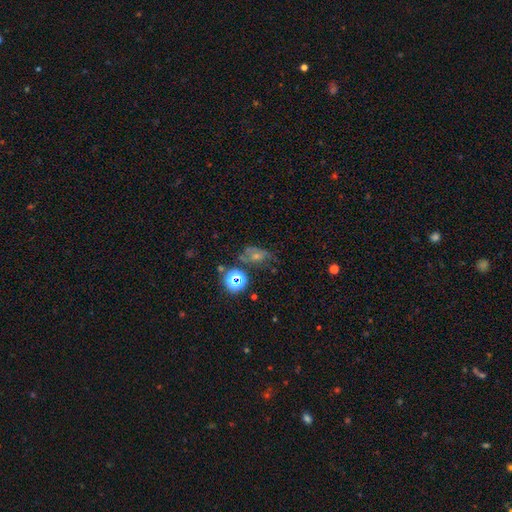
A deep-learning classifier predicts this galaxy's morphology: The model was most divided on "smooth or featured": smooth: 43%, star or artifact: 31%, featured or disk: 26%. Remaining: merging — none (50%).